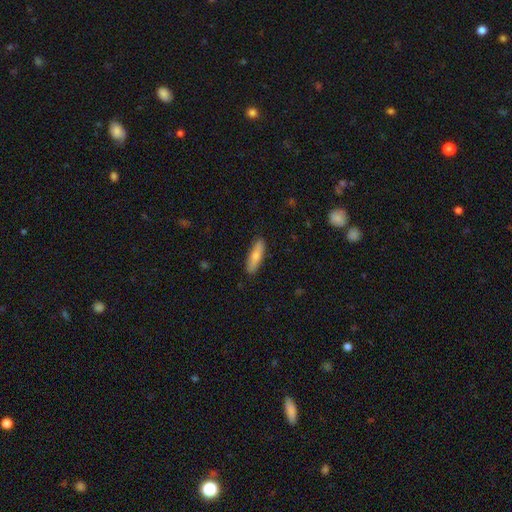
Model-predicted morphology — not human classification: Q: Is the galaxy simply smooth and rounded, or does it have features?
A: smooth — 74%.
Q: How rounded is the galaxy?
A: cigar-shaped — 59%.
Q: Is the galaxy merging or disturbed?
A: none — 88%.